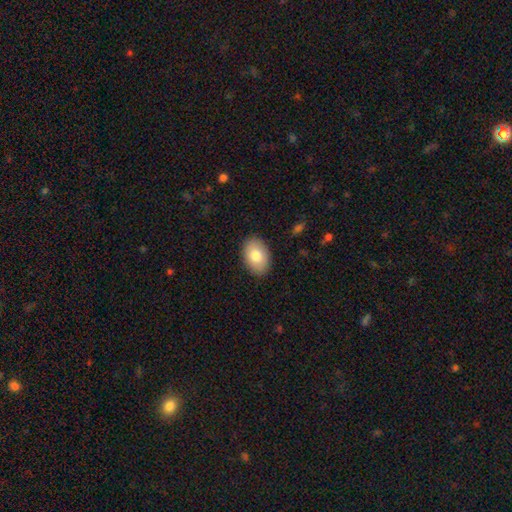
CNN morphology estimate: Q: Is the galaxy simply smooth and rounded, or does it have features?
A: smooth — 80%.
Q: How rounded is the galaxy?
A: in between — 88%.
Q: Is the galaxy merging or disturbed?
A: none — 89%.